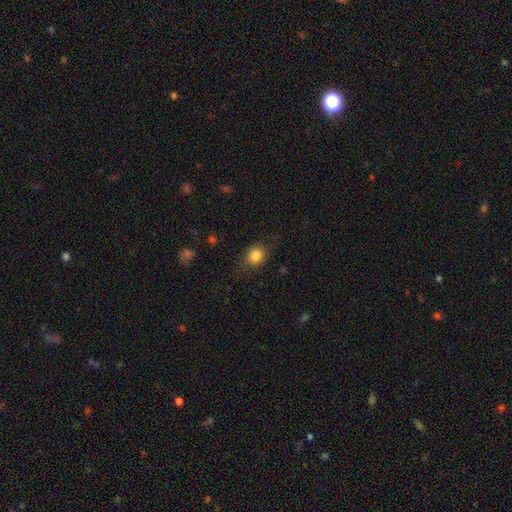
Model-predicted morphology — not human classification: type=smooth (83%); roundness=round (69%); merging=none (75%).